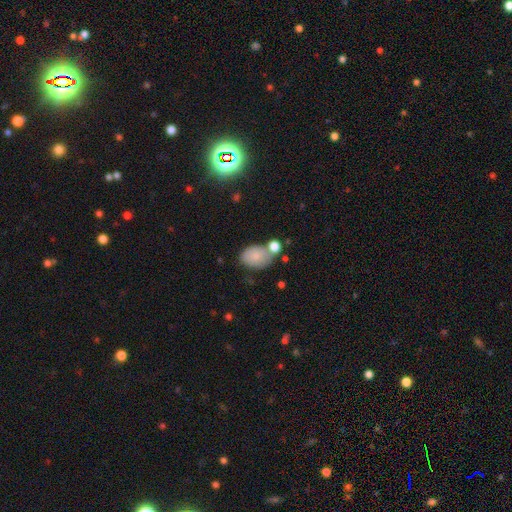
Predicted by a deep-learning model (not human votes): Smooth or featured? smooth (81%)
How rounded? in between (83%)
Merging? none (53%)